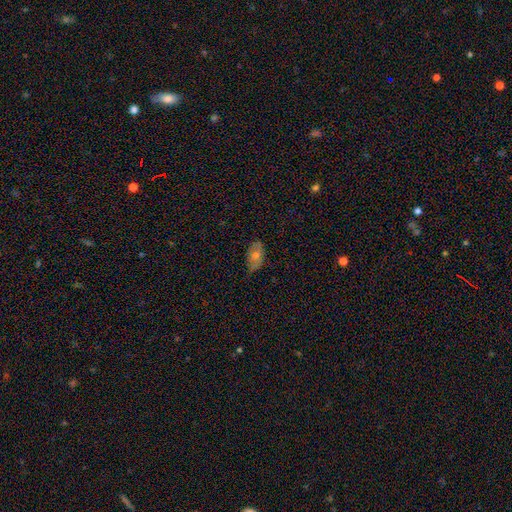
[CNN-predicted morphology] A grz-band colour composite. It shows a featured or disk galaxy (47%). Merging: none (77%).